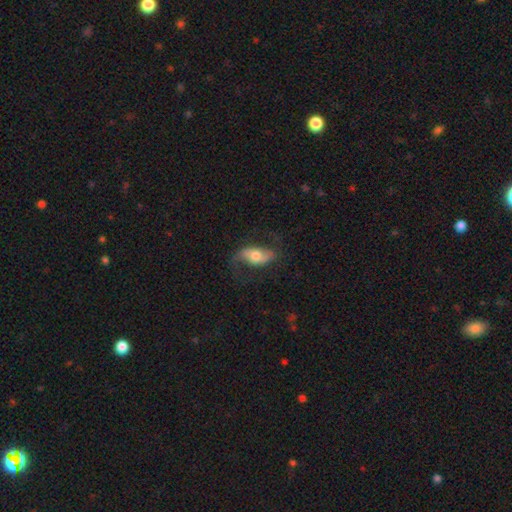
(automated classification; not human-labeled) Q: Smooth or featured?
A: featured or disk (54%); runner-up: smooth (39%)
Q: Edge-on disk?
A: no (87%); runner-up: yes (13%)
Q: Merging?
A: none (62%); runner-up: minor disturbance (21%)